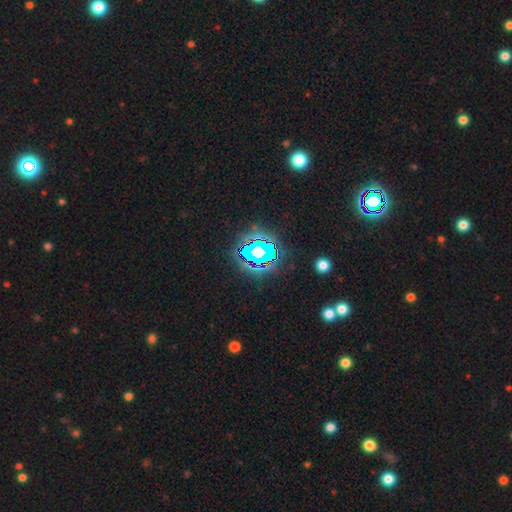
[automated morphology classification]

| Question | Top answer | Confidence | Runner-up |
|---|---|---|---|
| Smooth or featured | star or artifact | 82% | smooth (11%) |